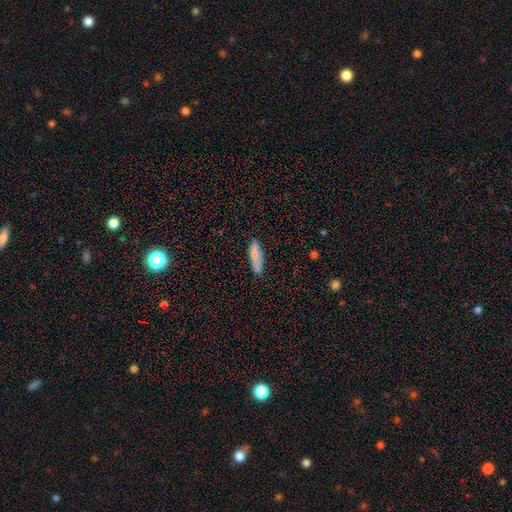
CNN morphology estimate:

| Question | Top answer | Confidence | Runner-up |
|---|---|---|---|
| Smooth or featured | smooth | 70% | featured or disk (22%) |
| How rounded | cigar-shaped | 57% | in between (41%) |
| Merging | none | 75% | minor disturbance (19%) |